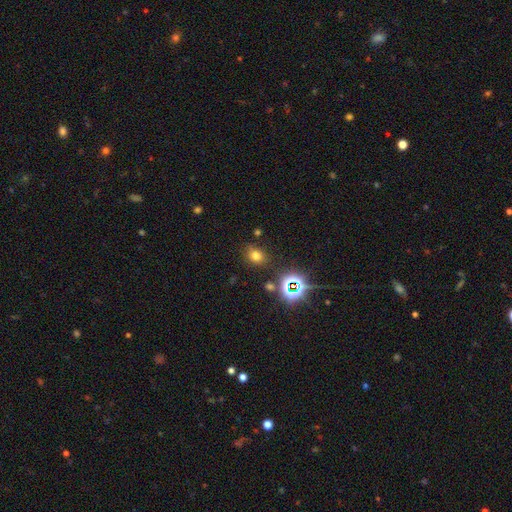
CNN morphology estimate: smooth-or-featured: smooth: 66% | star or artifact: 26% | featured or disk: 8%
  how-rounded: round: 55% | in between: 44% | cigar-shaped: 1%
  merging: none: 80% | minor disturbance: 12% | major disturbance: 4% | merger: 4%